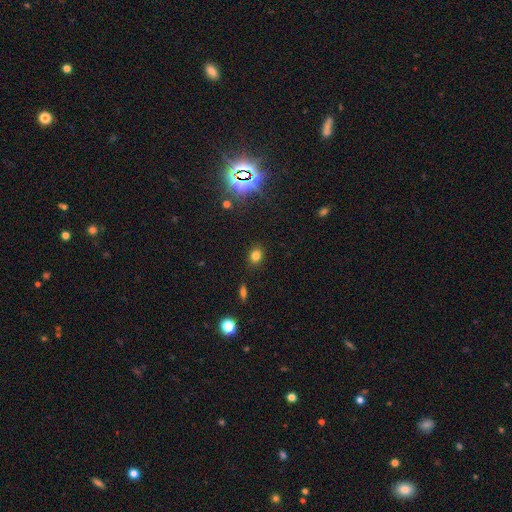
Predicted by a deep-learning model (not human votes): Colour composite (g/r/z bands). It shows a smooth galaxy with no disk features (76%) that is round (58%). Merging: none (87%).